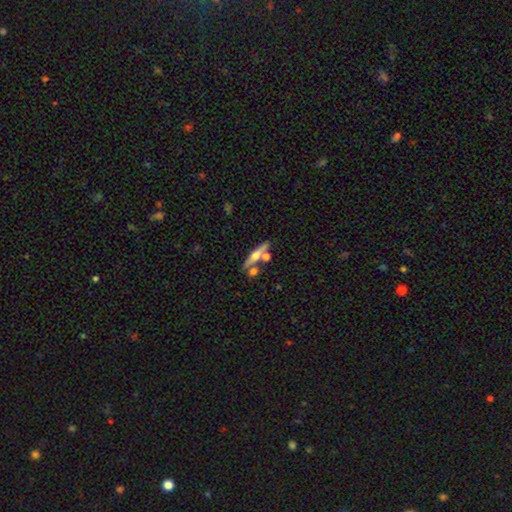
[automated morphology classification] smooth-or-featured: featured or disk: 56% | smooth: 36% | star or artifact: 8%
  disk-edge-on: yes: 90% | no: 10%
    edge-on-bulge: rounded: 90% | none: 5% | boxy: 4%
  merging: none: 64% | merger: 21% | minor disturbance: 11% | major disturbance: 4%